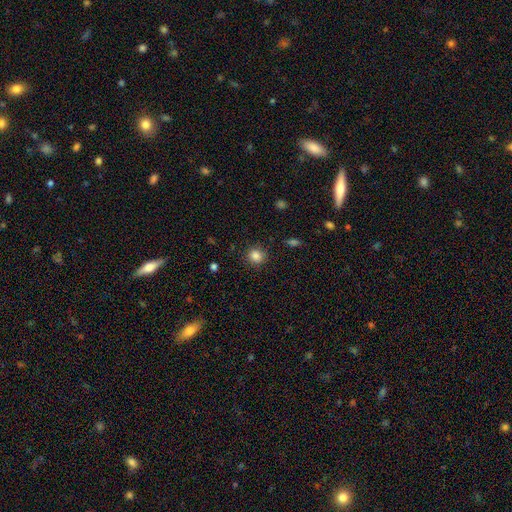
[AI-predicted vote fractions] smooth_or_featured: smooth (p=0.85) [alt: star or artifact p=0.11]
how_rounded: round (p=0.90) [alt: in between p=0.09]
merging: none (p=0.89) [alt: minor disturbance p=0.07]